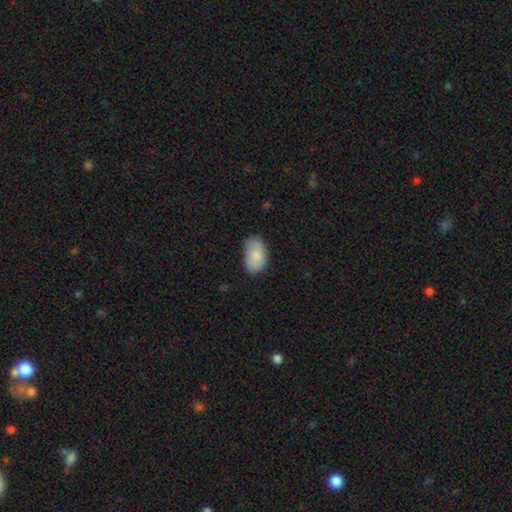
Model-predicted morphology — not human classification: Smooth or featured: smooth — 82% (featured or disk — 11%)
How rounded: in between — 92% (round — 6%)
Merging: none — 68% (minor disturbance — 26%)